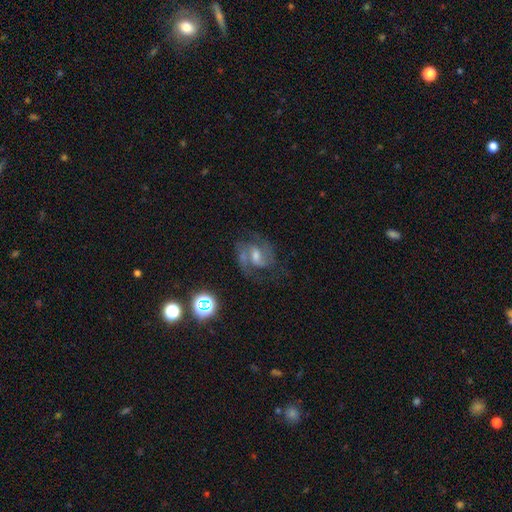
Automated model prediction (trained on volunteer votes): This appears to be a featured or disk galaxy (79%) with a weak bar (55%), 2 (80%) medium (58%) spiral arms (95%) and a moderate central bulge (49%). Merging: none (62%).